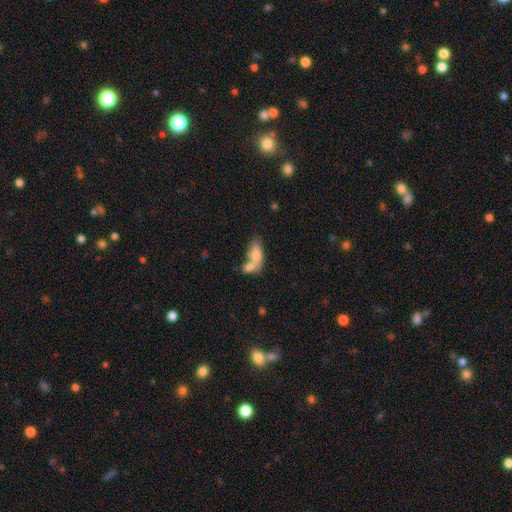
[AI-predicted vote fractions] smooth 75%, featured or disk 18%, star or artifact 8%. Down the decision tree: how rounded — in between (79%); merging — merger (60%).